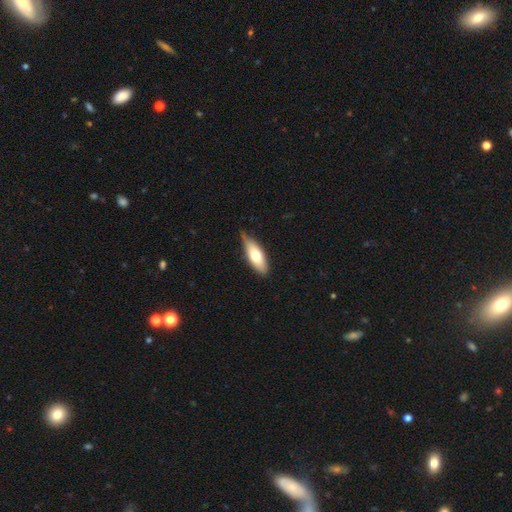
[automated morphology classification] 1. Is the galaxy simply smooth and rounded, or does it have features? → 66% smooth, 28% featured or disk, 6% star or artifact.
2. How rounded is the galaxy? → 70% in between, 28% cigar-shaped, 2% round.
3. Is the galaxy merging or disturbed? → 69% none, 26% minor disturbance, 4% major disturbance, 1% merger.